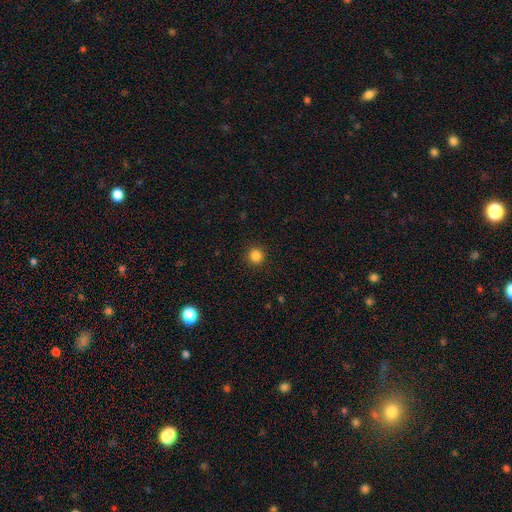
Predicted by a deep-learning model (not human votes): Morphology: type=smooth (85%); roundness=round (95%); merging=none (93%).